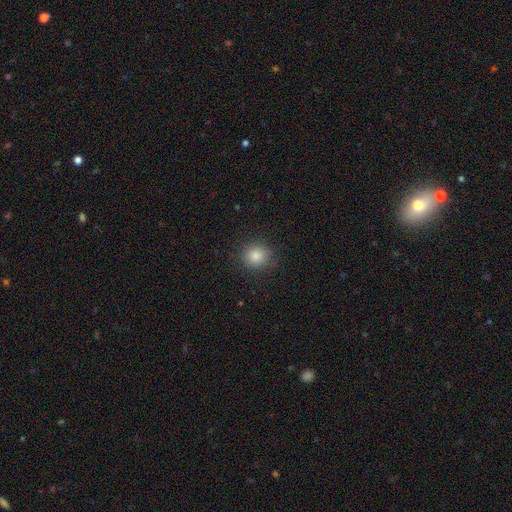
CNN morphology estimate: smooth 83%, star or artifact 12%, featured or disk 5%. Down the decision tree: how rounded — round (89%); merging — none (89%).